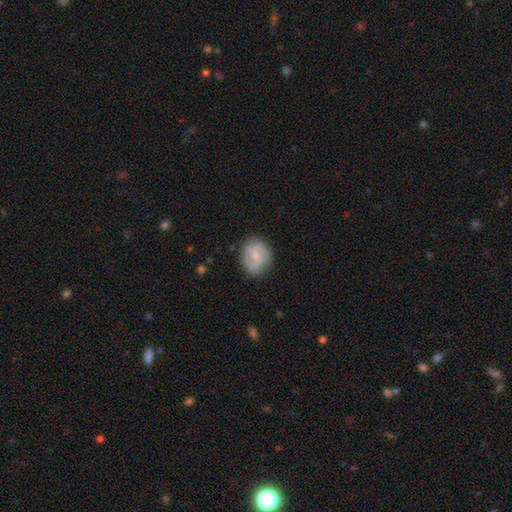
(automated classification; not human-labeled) A featured or disk galaxy (50%).

Vote fractions:
- Smooth or featured? featured or disk: 50% / smooth: 43% / star or artifact: 7%
- Edge-on disk? no: 98% / yes: 2%
- Merging? none: 83% / minor disturbance: 13% / major disturbance: 3% / merger: 1%